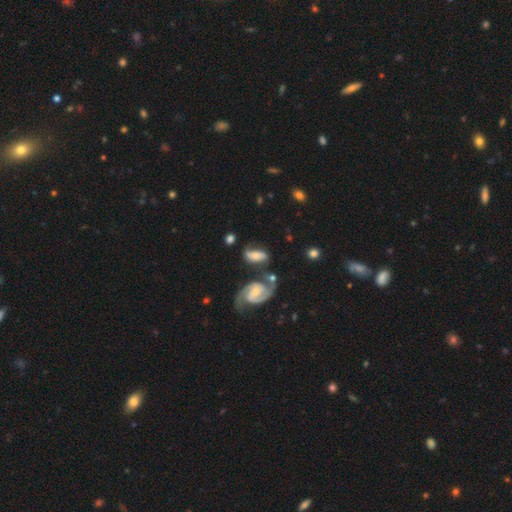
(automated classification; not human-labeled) smooth_or_featured: featured or disk (p=0.62) [alt: smooth p=0.30]
disk_edge_on: no (p=0.93) [alt: yes p=0.07]
bar: weak (p=0.39) [alt: no p=0.38]
has_spiral_arms: yes (p=0.90) [alt: no p=0.10]
spiral_winding: medium (p=0.45) [alt: loose p=0.36]
spiral_arm_count: 2 (p=0.86) [alt: can't tell p=0.06]
bulge_size: small (p=0.46) [alt: moderate p=0.41]
merging: none (p=0.48) [alt: merger p=0.24]